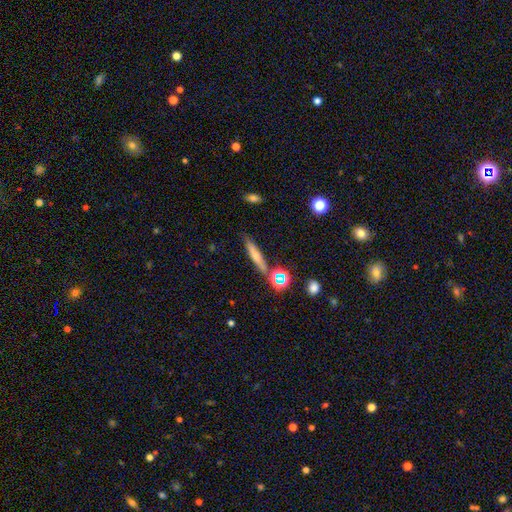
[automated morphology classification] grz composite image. It shows a featured or disk galaxy (43%). Merging: none (79%).